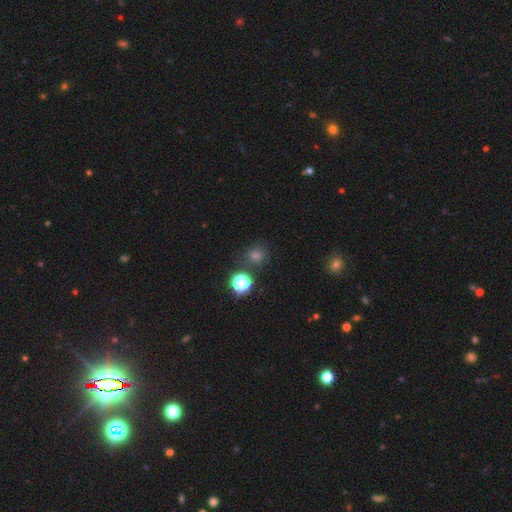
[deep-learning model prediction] A smooth galaxy with no disk features (50%). Merging: none (80%).